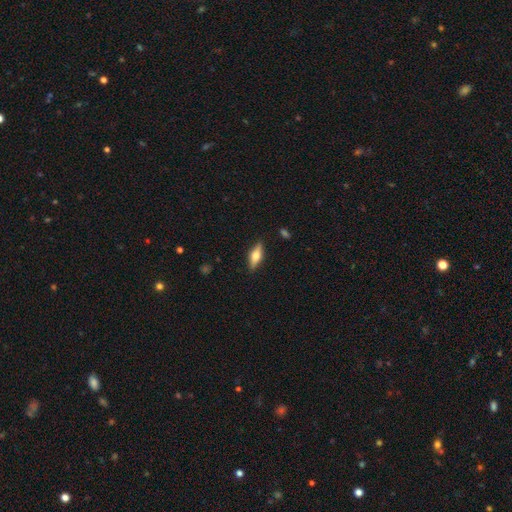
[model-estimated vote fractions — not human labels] This appears to be a smooth galaxy with no disk features (50%) that is in between round and cigar-shaped (58%). Merging: none (87%).